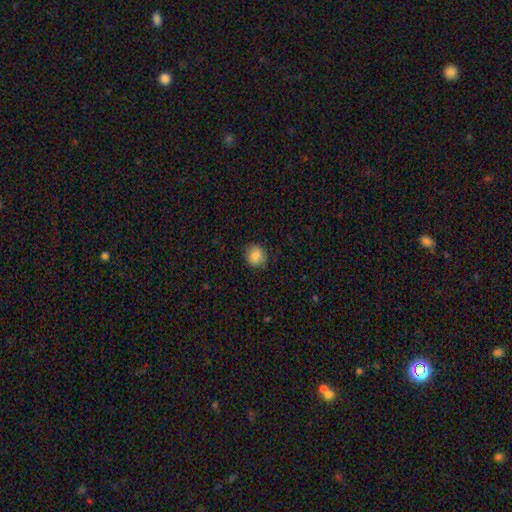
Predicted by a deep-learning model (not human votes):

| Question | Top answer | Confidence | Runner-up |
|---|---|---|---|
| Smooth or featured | smooth | 85% | star or artifact (9%) |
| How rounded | round | 86% | in between (13%) |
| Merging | none | 88% | minor disturbance (9%) |